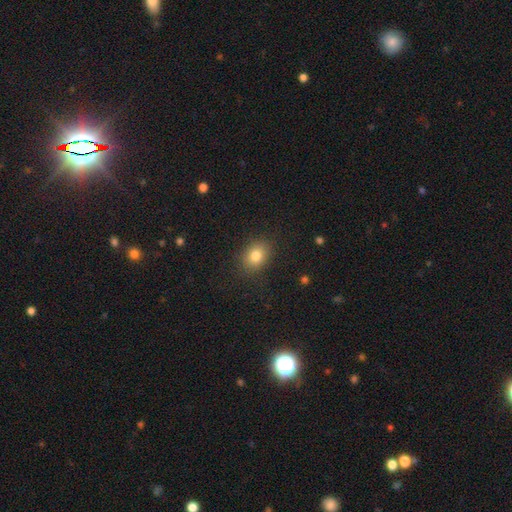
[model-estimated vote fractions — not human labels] A smooth galaxy with no disk features (81%) that is in between round and cigar-shaped (61%).

Vote fractions:
- Smooth or featured? smooth: 81% / star or artifact: 10% / featured or disk: 8%
- How rounded? in between: 61% / round: 38% / cigar-shaped: 1%
- Merging? none: 86% / minor disturbance: 10% / major disturbance: 3% / merger: 1%